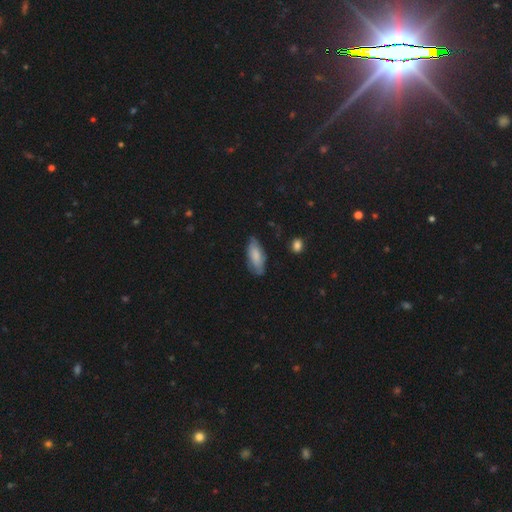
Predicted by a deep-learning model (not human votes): This appears to be a smooth galaxy with no disk features (73%) that is in between round and cigar-shaped (86%). Merging: none (68%).